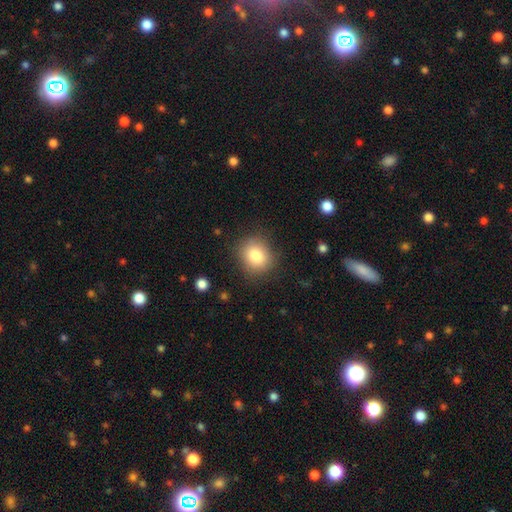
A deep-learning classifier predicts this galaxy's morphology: type=smooth (82%); roundness=round (74%); merging=none (83%).